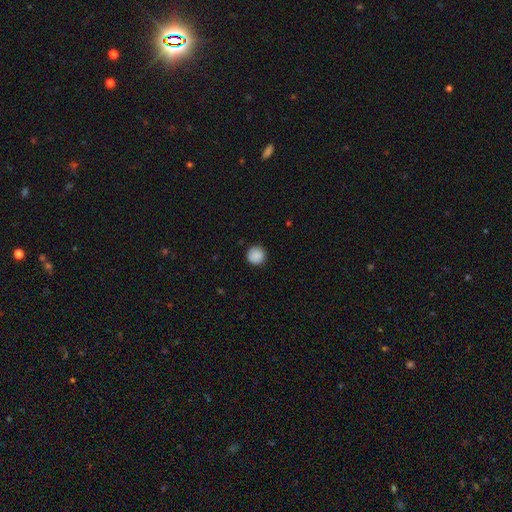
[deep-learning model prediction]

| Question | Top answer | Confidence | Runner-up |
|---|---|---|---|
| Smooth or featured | smooth | 89% | star or artifact (8%) |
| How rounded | round | 95% | in between (4%) |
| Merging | none | 90% | minor disturbance (7%) |